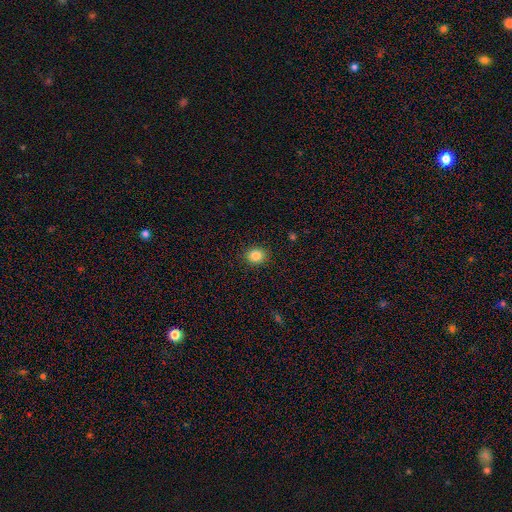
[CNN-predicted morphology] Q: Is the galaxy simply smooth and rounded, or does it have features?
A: smooth — 85%.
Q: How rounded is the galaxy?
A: round — 69%.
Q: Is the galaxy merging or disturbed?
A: none — 90%.